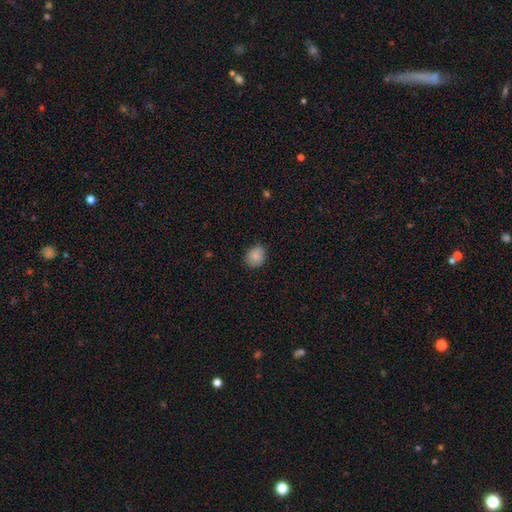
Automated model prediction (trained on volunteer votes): Smooth or featured? Predicted: smooth (p=0.85). How rounded? Predicted: round (p=0.58). Merging? Predicted: none (p=0.78).